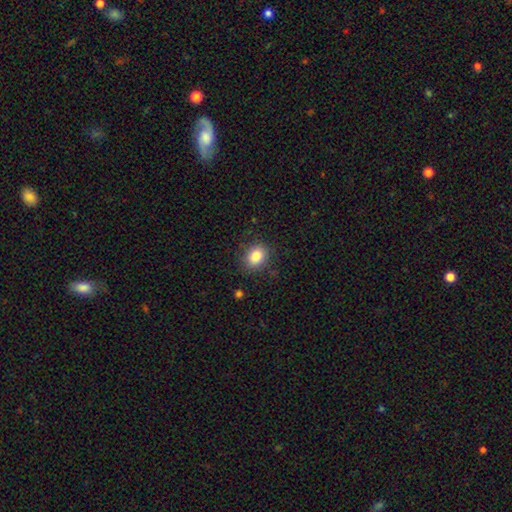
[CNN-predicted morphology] Smooth or featured? Predicted: smooth (p=0.84). How rounded? Predicted: in between (p=0.54). Merging? Predicted: none (p=0.83).